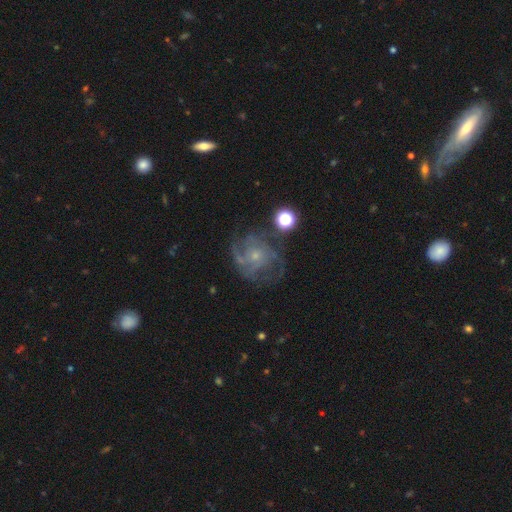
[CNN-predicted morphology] Overall: featured or disk (75%). Edge-on disk: no (98%). Bar: no (79%). Spiral arms: yes (86%). Spiral arm count: can't tell (37%; 3 23%). Spiral winding: medium (42%; tight 41%). Bulge size: small (73%). Merging: none (58%; minor disturbance 20%).